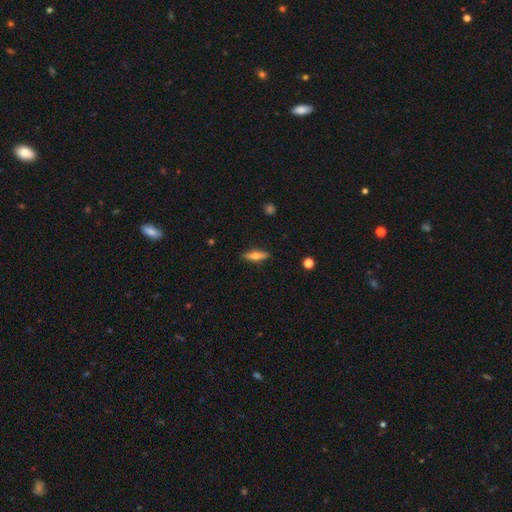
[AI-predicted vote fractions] Smooth or featured? Predicted: smooth (p=0.54). How rounded? Predicted: cigar-shaped (p=0.61). Merging? Predicted: none (p=0.88).